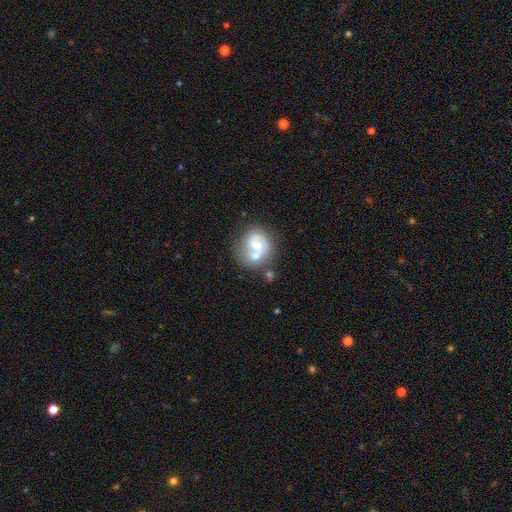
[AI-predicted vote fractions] Overall: featured or disk (70%). Edge-on disk: no (98%). Bar: no (53%; weak 39%). Spiral arms: yes (82%). Spiral arm count: 2 (66%). Spiral winding: medium (46%; loose 30%). Bulge size: moderate (48%; small 37%). Merging: none (41%; merger 30%).